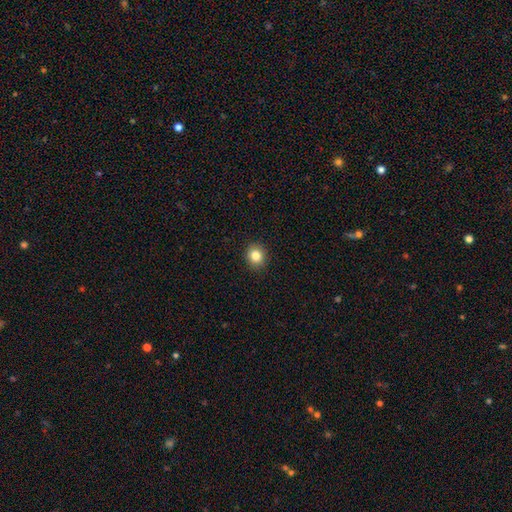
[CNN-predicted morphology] type=smooth (83%); roundness=round (78%); merging=none (92%).